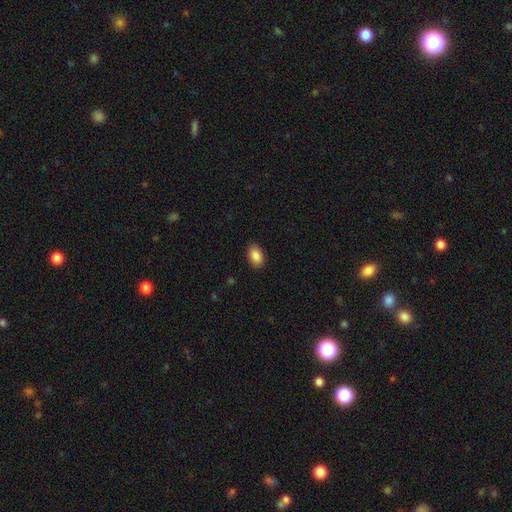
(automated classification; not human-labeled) Smooth or featured: smooth — 88% (star or artifact — 7%)
How rounded: in between — 91% (round — 7%)
Merging: none — 89% (minor disturbance — 8%)